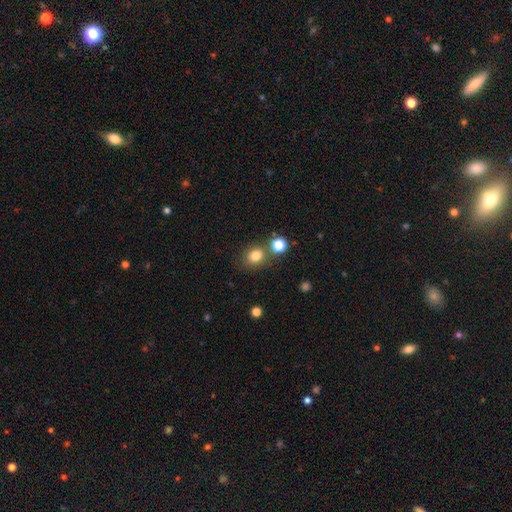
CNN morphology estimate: Smooth or featured?
  - smooth: 80% *
  - star or artifact: 13%
  - featured or disk: 7%
How rounded?
  - round: 66% *
  - in between: 33%
  - cigar-shaped: 1%
Merging?
  - none: 69% *
  - merger: 17%
  - minor disturbance: 11%
  - major disturbance: 4%